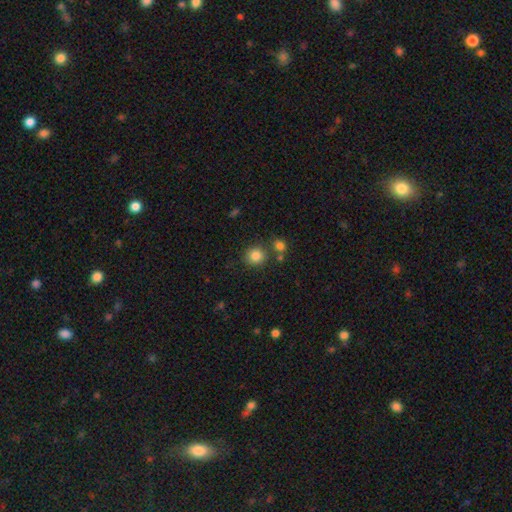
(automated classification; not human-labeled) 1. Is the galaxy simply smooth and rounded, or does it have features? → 83% smooth, 11% star or artifact, 6% featured or disk.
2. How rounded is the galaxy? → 87% round, 12% in between, 1% cigar-shaped.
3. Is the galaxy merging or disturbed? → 78% none, 10% merger, 9% minor disturbance, 3% major disturbance.